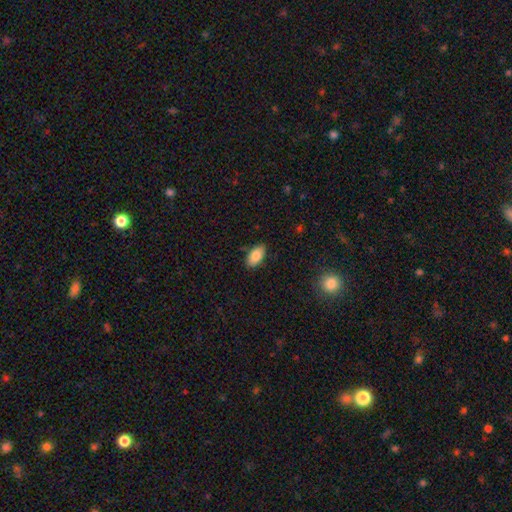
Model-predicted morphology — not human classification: A smooth galaxy with no disk features (85%) that is in between round and cigar-shaped (94%). Merging: none (86%).